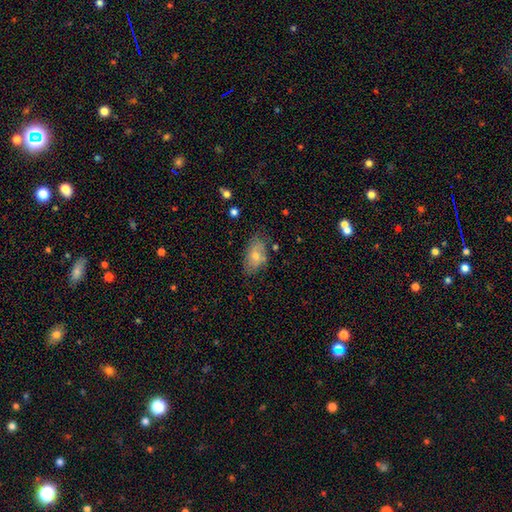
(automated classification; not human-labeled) smooth 53%, featured or disk 36%, star or artifact 12%. Down the decision tree: how rounded — in between (89%); merging — none (72%).